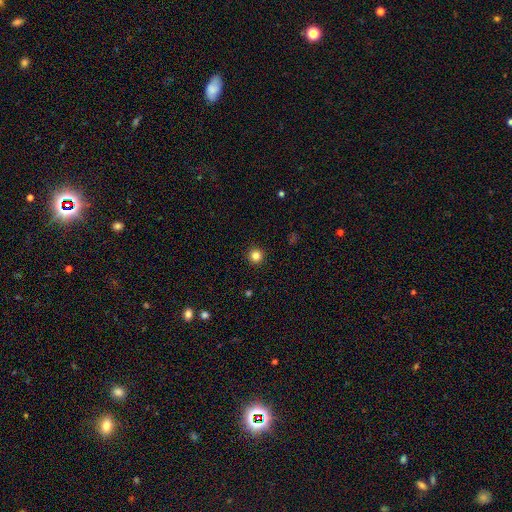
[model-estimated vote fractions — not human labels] smooth 83%, star or artifact 13%, featured or disk 5%. Down the decision tree: how rounded — round (96%); merging — none (93%).